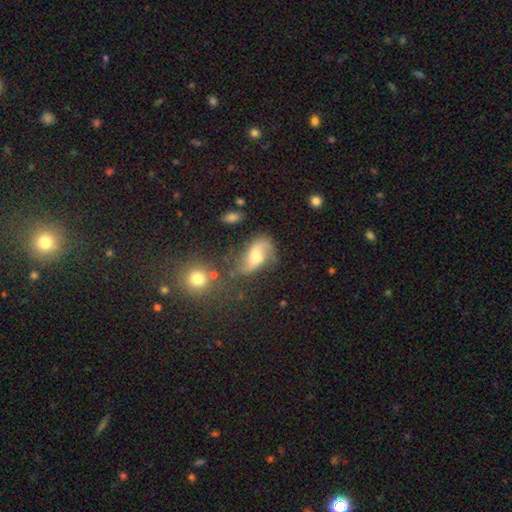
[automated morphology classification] A featured or disk galaxy (71%) with no bar (52%), 2 (87%) loose (68%) spiral arms (92%) and a moderate central bulge (53%).

Vote fractions:
- Smooth or featured? featured or disk: 71% / smooth: 20% / star or artifact: 9%
- Edge-on disk? no: 96% / yes: 4%
- Bar? no: 52% / weak: 38% / strong: 10%
- Spiral arms? yes: 92% / no: 8%
- Spiral winding? loose: 68% / medium: 25% / tight: 7%
- Spiral arm count? 2: 87% / 1: 5% / can't tell: 5% / 3: 1% / 4: 1% / more than 4: 1%
- Bulge size? moderate: 53% / small: 34% / large: 8% / none: 4% / dominant: 2%
- Merging? none: 56% / minor disturbance: 21% / major disturbance: 14% / merger: 9%